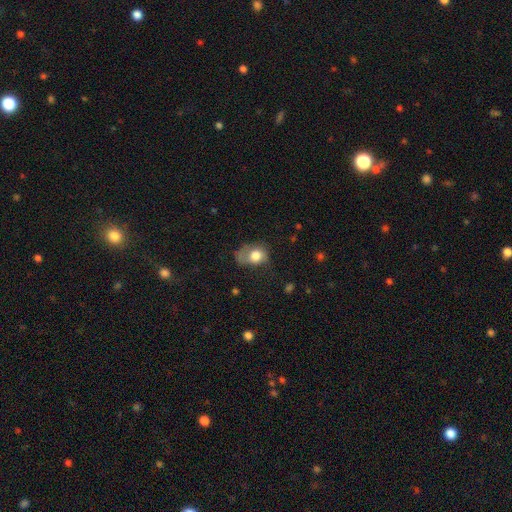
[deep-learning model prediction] Smooth or featured? smooth (70%)
How rounded? in between (57%)
Merging? major disturbance (34%)